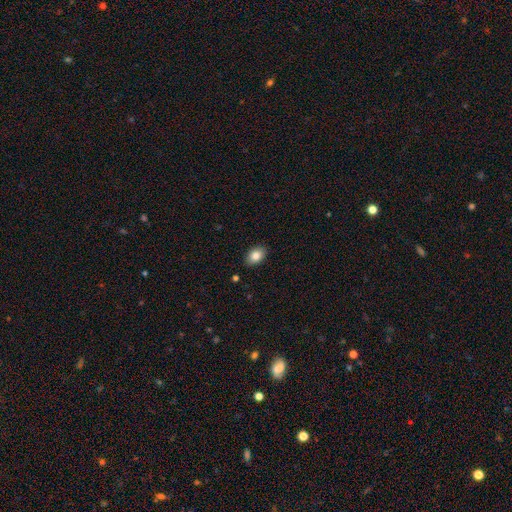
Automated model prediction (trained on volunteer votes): A smooth galaxy with no disk features (85%) that is in between round and cigar-shaped (82%). Merging: none (88%).